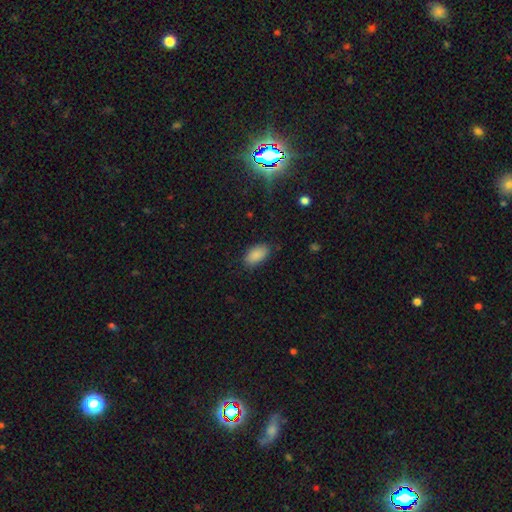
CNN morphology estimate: This is clearly a smooth galaxy (88%). How rounded: clearly in between (93%). Merging: clearly none (82%).